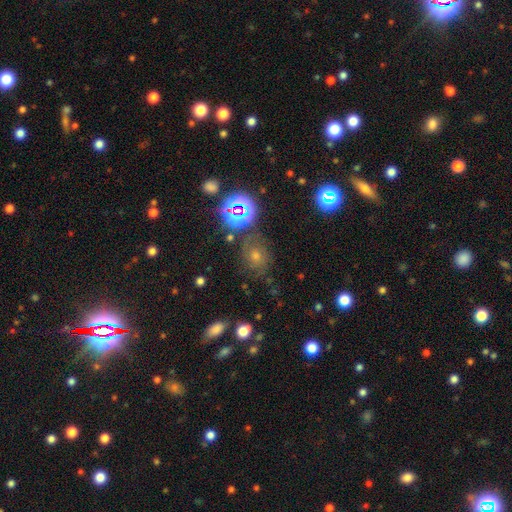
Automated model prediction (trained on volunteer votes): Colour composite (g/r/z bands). It shows a smooth galaxy with no disk features (40%). Merging: none (66%).